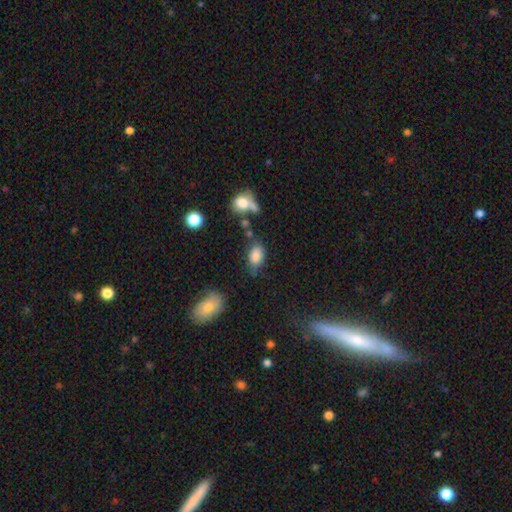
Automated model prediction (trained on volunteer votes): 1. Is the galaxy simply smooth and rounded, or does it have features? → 83% smooth, 9% star or artifact, 8% featured or disk.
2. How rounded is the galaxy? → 86% in between, 12% round, 2% cigar-shaped.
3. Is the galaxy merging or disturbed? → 55% none, 27% minor disturbance, 9% major disturbance, 8% merger.